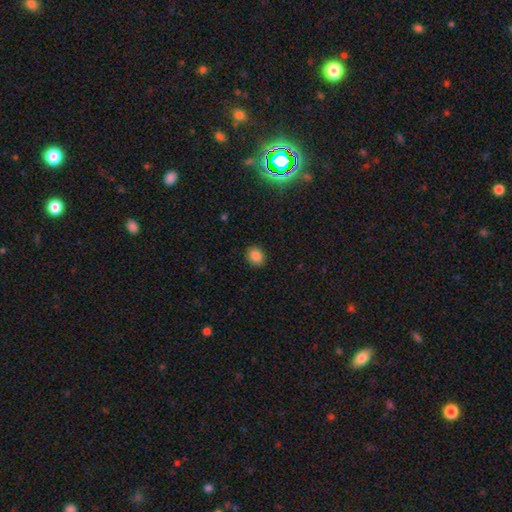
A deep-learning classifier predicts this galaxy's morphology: A smooth galaxy with no disk features (86%) that is round (55%).

Vote fractions:
- Smooth or featured? smooth: 86% / star or artifact: 10% / featured or disk: 4%
- How rounded? round: 55% / in between: 45% / cigar-shaped: 1%
- Merging? none: 89% / minor disturbance: 8% / major disturbance: 2% / merger: 1%